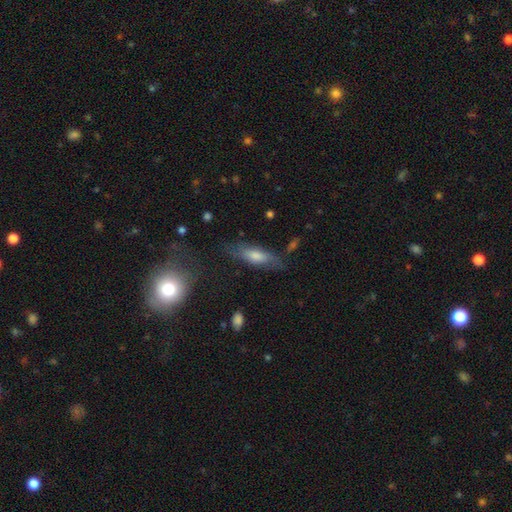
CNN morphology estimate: Q: Smooth or featured?
A: smooth (58%); runner-up: featured or disk (33%)
Q: How rounded?
A: cigar-shaped (50%); runner-up: in between (48%)
Q: Merging?
A: none (71%); runner-up: minor disturbance (20%)